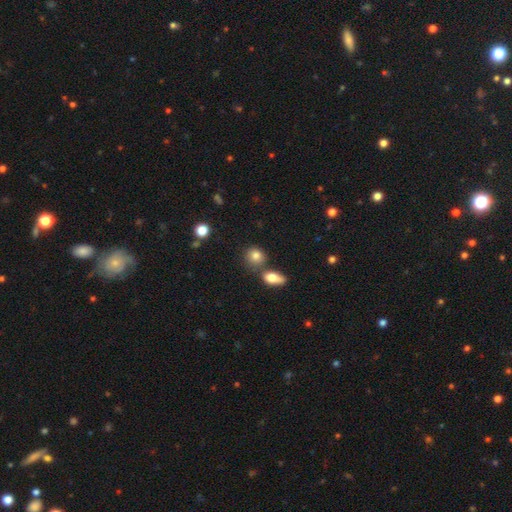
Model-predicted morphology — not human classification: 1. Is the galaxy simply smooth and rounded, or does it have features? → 82% smooth, 10% star or artifact, 8% featured or disk.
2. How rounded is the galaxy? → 75% round, 23% in between, 2% cigar-shaped.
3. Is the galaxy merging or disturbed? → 63% none, 22% merger, 11% minor disturbance, 4% major disturbance.